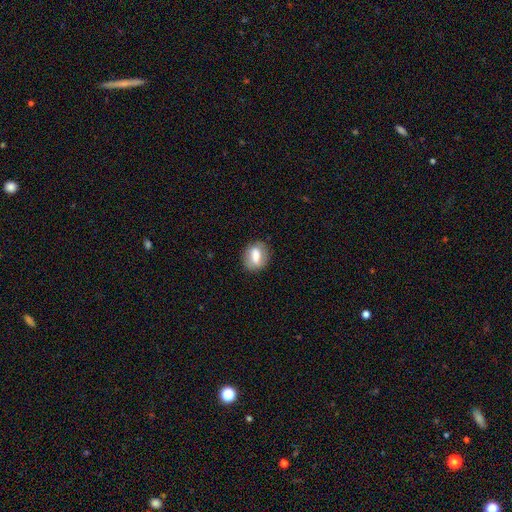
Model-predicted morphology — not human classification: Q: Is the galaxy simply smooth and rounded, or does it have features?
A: smooth — 63%.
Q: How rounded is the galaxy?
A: in between — 58%.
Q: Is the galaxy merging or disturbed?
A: none — 81%.